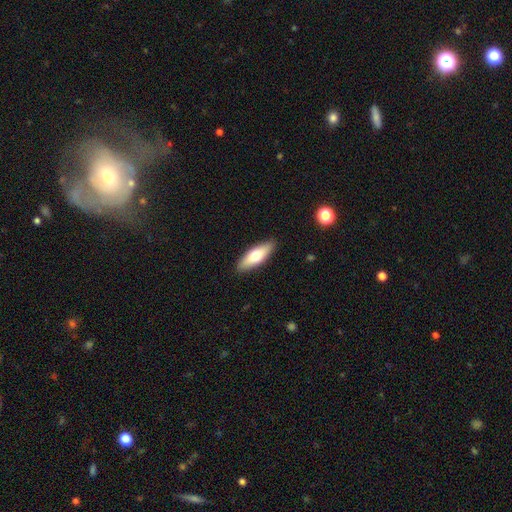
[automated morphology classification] A smooth galaxy with no disk features (64%) that is in between round and cigar-shaped (58%).

Vote fractions:
- Smooth or featured? smooth: 64% / featured or disk: 30% / star or artifact: 6%
- How rounded? in between: 58% / cigar-shaped: 40% / round: 2%
- Merging? none: 90% / minor disturbance: 8% / major disturbance: 2% / merger: 1%